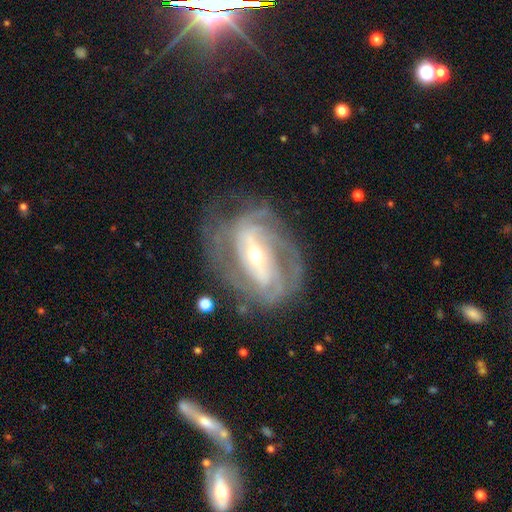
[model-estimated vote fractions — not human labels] Q: Smooth or featured?
A: featured or disk (89%); runner-up: smooth (6%)
Q: Edge-on disk?
A: no (96%); runner-up: yes (4%)
Q: Bar?
A: strong (52%); runner-up: weak (31%)
Q: Spiral arms?
A: yes (94%); runner-up: no (6%)
Q: Spiral winding?
A: tight (58%); runner-up: medium (33%)
Q: Spiral arm count?
A: 2 (36%); runner-up: can't tell (24%)
Q: Bulge size?
A: small (54%); runner-up: moderate (41%)
Q: Merging?
A: none (69%); runner-up: minor disturbance (18%)